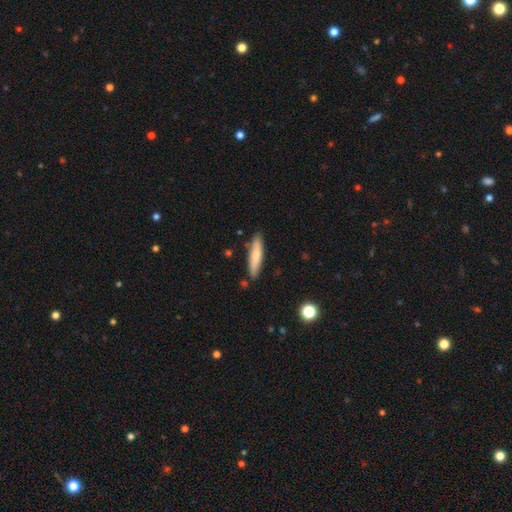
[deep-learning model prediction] smooth_or_featured: smooth (p=0.74) [alt: featured or disk p=0.21]
how_rounded: cigar-shaped (p=0.81) [alt: in between p=0.17]
merging: none (p=0.83) [alt: minor disturbance p=0.12]